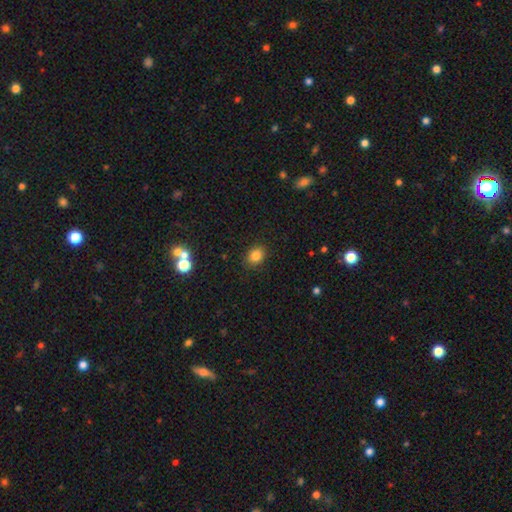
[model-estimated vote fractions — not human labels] Smooth or featured?
  - smooth: 82% *
  - star or artifact: 12%
  - featured or disk: 6%
How rounded?
  - round: 51% *
  - in between: 48%
  - cigar-shaped: 1%
Merging?
  - none: 88% *
  - minor disturbance: 8%
  - major disturbance: 2%
  - merger: 2%